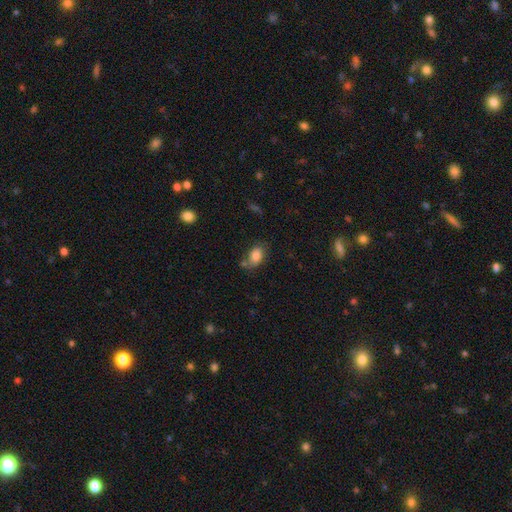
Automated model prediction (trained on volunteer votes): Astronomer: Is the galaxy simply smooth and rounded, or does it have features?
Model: smooth — 81%.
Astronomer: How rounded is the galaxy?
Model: in between — 86%.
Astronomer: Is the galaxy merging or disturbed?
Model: none — 60%.